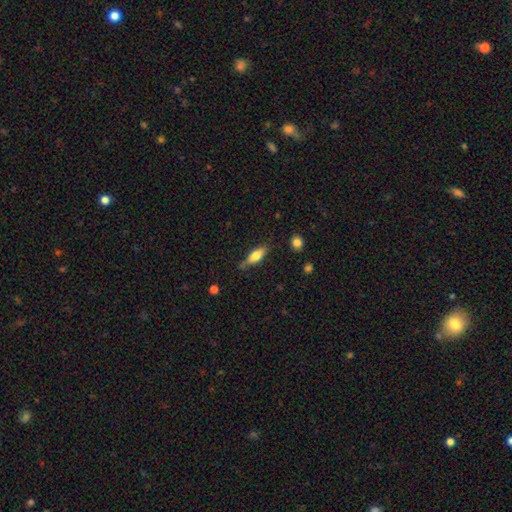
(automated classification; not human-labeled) A smooth galaxy with no disk features (65%) that is in between round and cigar-shaped (54%).

Vote fractions:
- Smooth or featured? smooth: 65% / featured or disk: 28% / star or artifact: 7%
- How rounded? in between: 54% / cigar-shaped: 44% / round: 2%
- Merging? none: 71% / minor disturbance: 20% / major disturbance: 5% / merger: 4%